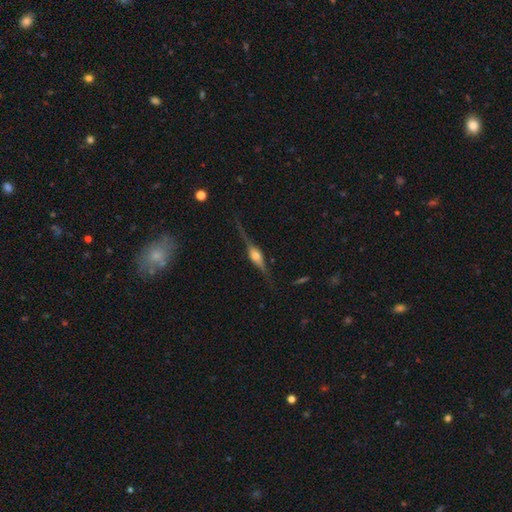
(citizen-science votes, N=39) This appears to be a featured or disk galaxy (90%) viewed edge-on (94%) with a rounded central bulge (88%). Merging: none (76%).